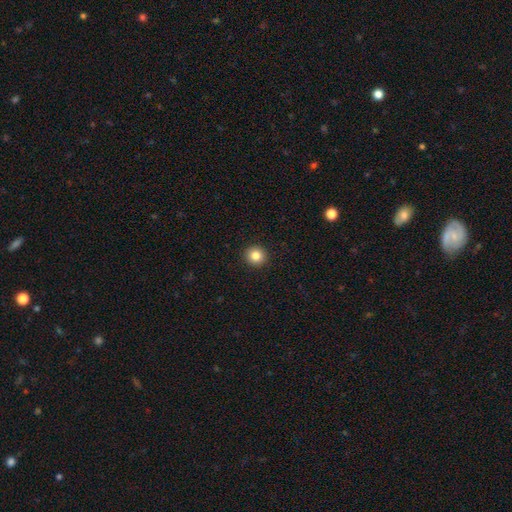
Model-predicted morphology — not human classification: Smooth or featured? Predicted: smooth (p=0.84). How rounded? Predicted: round (p=0.93). Merging? Predicted: none (p=0.93).